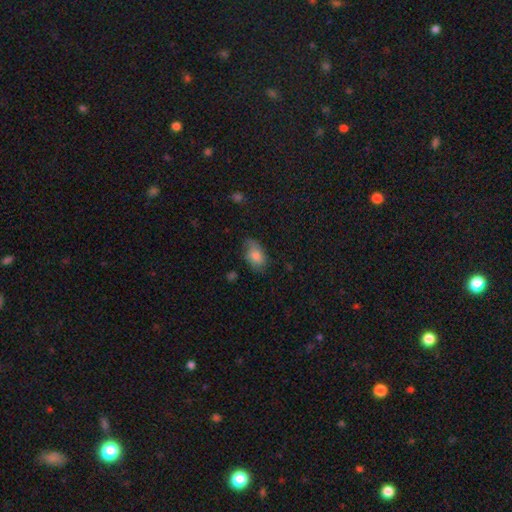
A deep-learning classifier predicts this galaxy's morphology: smooth-or-featured: smooth: 71% | featured or disk: 21% | star or artifact: 8%
  how-rounded: in between: 88% | round: 11% | cigar-shaped: 2%
  merging: none: 60% | minor disturbance: 29% | major disturbance: 9% | merger: 2%